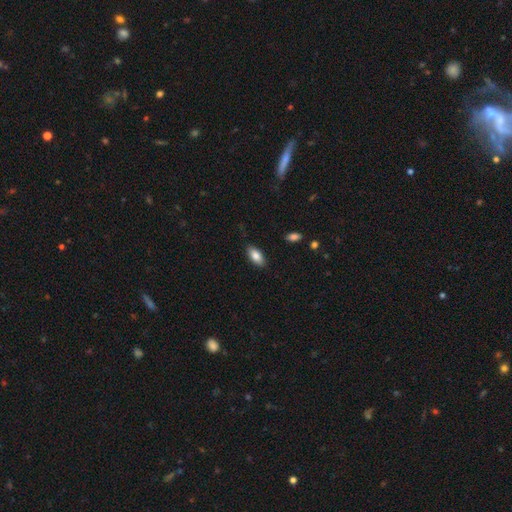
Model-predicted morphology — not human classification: Smooth or featured: smooth — 84% (featured or disk — 9%)
How rounded: in between — 90% (cigar-shaped — 7%)
Merging: none — 85% (minor disturbance — 12%)